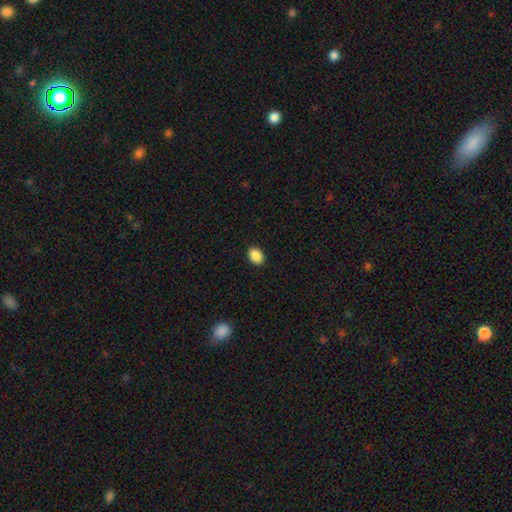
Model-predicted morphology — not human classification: A smooth galaxy with no disk features (89%) that is in between round and cigar-shaped (79%).

Vote fractions:
- Smooth or featured? smooth: 89% / star or artifact: 8% / featured or disk: 3%
- How rounded? in between: 79% / round: 20% / cigar-shaped: 1%
- Merging? none: 90% / minor disturbance: 7% / major disturbance: 2% / merger: 1%